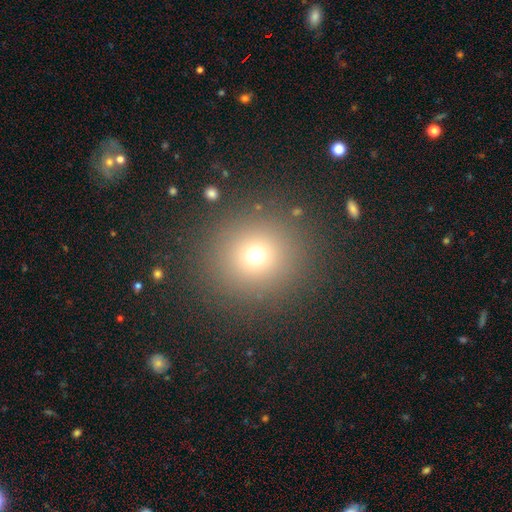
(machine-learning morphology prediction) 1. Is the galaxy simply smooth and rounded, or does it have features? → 68% smooth, 22% star or artifact, 10% featured or disk.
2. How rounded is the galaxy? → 92% round, 7% in between, 1% cigar-shaped.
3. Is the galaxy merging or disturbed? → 87% none, 6% minor disturbance, 4% major disturbance, 2% merger.